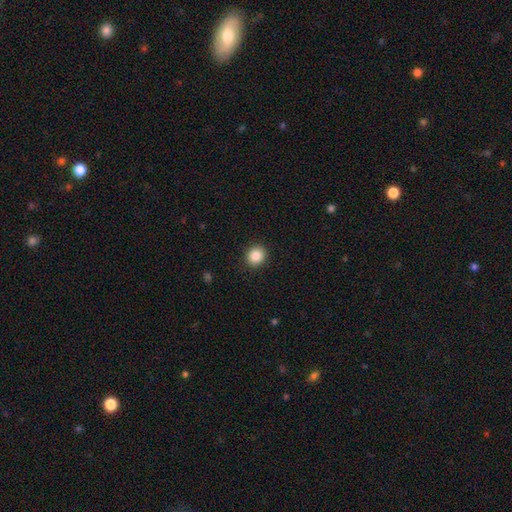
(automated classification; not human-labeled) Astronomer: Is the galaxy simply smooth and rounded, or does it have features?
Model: smooth — 87%.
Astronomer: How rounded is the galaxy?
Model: round — 80%.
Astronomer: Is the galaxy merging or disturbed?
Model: none — 90%.